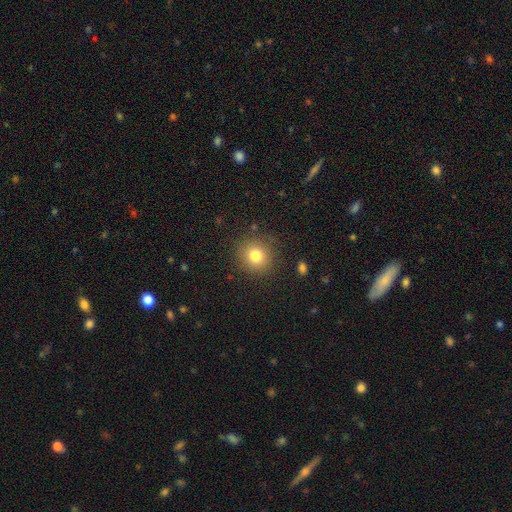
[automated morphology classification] The model was most divided on "smooth or featured": smooth: 79%, star or artifact: 12%, featured or disk: 9%. More confident: how rounded — round (89%); merging — none (86%).